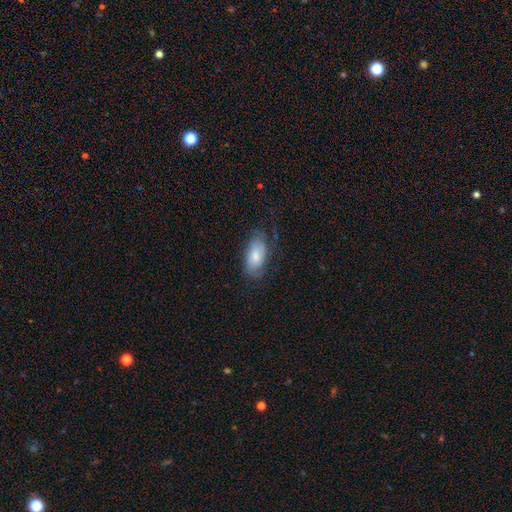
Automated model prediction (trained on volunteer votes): Smooth or featured: smooth — 64% (featured or disk — 29%)
How rounded: in between — 91% (cigar-shaped — 5%)
Merging: none — 58% (minor disturbance — 26%)